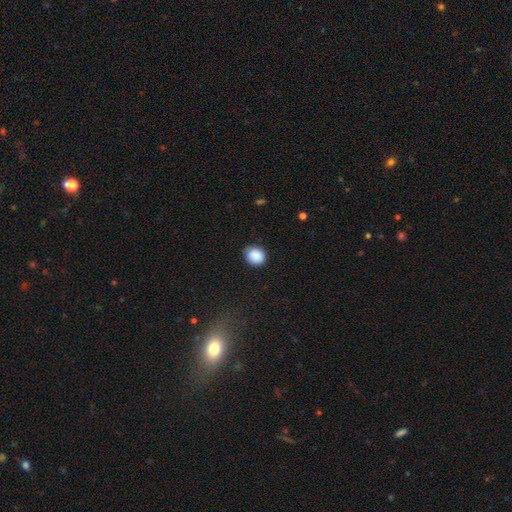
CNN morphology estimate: Smooth or featured: smooth — 89% (star or artifact — 8%)
How rounded: round — 67% (in between — 32%)
Merging: none — 83% (minor disturbance — 13%)